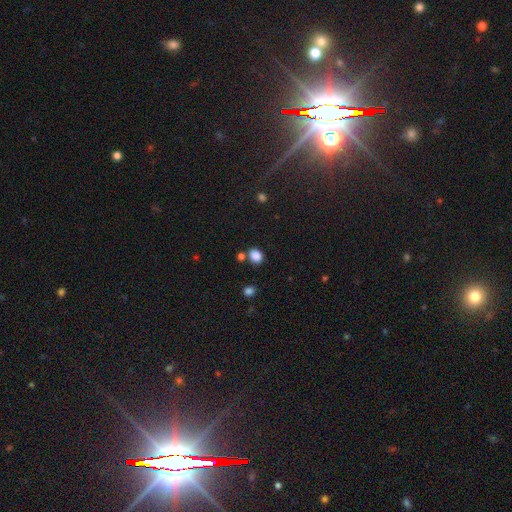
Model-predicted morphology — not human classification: smooth-or-featured: smooth: 85% | star or artifact: 11% | featured or disk: 4%
  how-rounded: round: 59% | in between: 40% | cigar-shaped: 1%
  merging: none: 73% | merger: 12% | minor disturbance: 11% | major disturbance: 3%